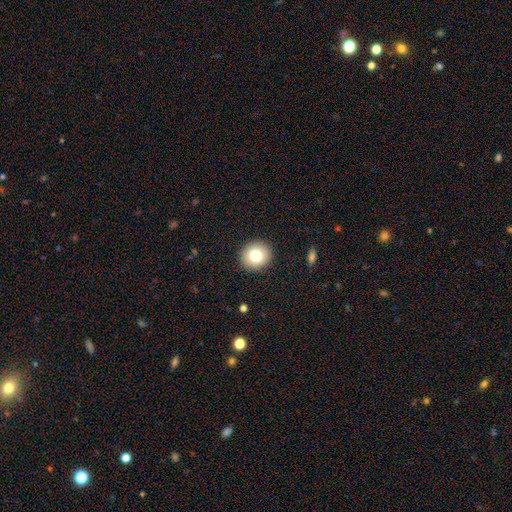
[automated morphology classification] A smooth galaxy with no disk features (79%) that is round (85%).

Vote fractions:
- Smooth or featured? smooth: 79% / featured or disk: 11% / star or artifact: 10%
- How rounded? round: 85% / in between: 14% / cigar-shaped: 1%
- Merging? none: 92% / minor disturbance: 6% / major disturbance: 2% / merger: 1%